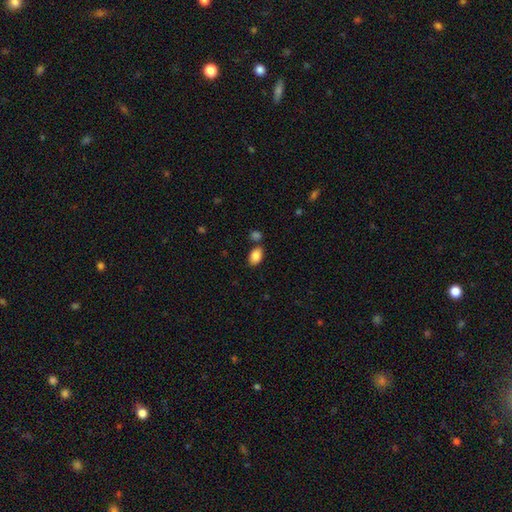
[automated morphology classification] A smooth galaxy with no disk features (87%) that is in between round and cigar-shaped (88%). Merging: none (75%).